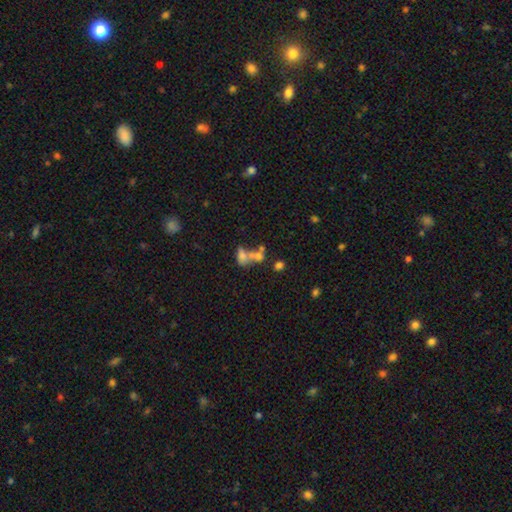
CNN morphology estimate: Overall: smooth (56%; featured or disk 28%). How rounded: in between (63%; round 34%). Merging: merger (59%; none 23%).